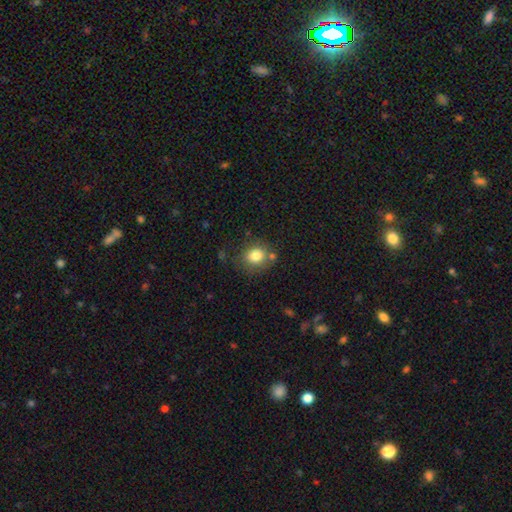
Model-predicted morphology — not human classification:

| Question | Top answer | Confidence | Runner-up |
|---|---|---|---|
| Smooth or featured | smooth | 81% | star or artifact (10%) |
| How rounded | round | 67% | in between (32%) |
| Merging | none | 71% | minor disturbance (15%) |